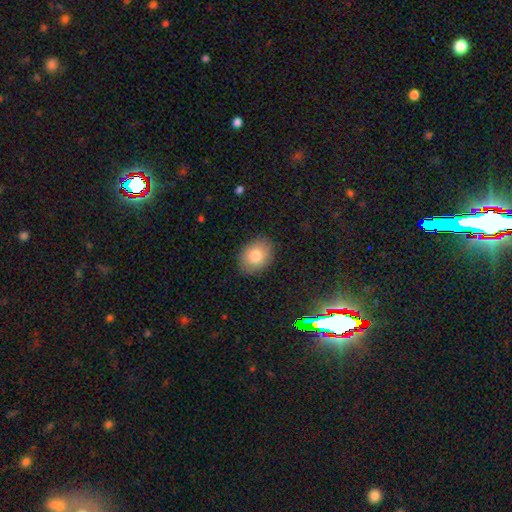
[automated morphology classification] smooth-or-featured: smooth: 81% | featured or disk: 11% | star or artifact: 8%
  how-rounded: in between: 68% | round: 31% | cigar-shaped: 1%
  merging: none: 86% | minor disturbance: 10% | major disturbance: 3% | merger: 1%